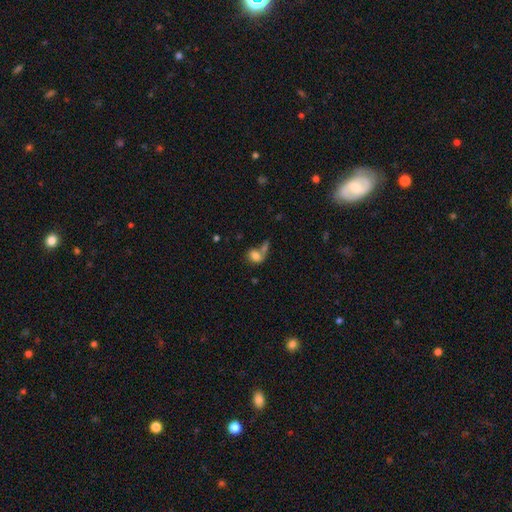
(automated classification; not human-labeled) Smooth or featured? Predicted: smooth (p=0.77). How rounded? Predicted: in between (p=0.59). Merging? Predicted: merger (p=0.41).